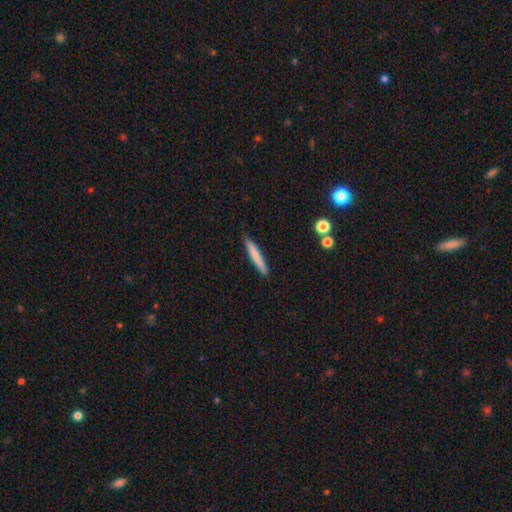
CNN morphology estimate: A smooth galaxy with no disk features (74%) that is cigar-shaped (95%).

Vote fractions:
- Smooth or featured? smooth: 74% / featured or disk: 20% / star or artifact: 6%
- How rounded? cigar-shaped: 95% / in between: 4% / round: 1%
- Merging? none: 89% / minor disturbance: 8% / major disturbance: 2% / merger: 2%